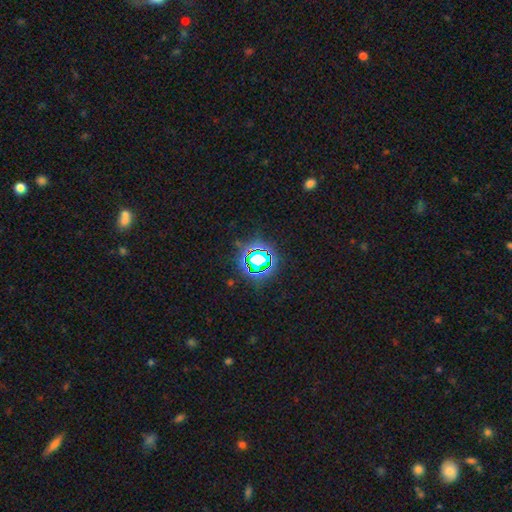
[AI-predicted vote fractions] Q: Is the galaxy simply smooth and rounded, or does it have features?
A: star or artifact — 71%.